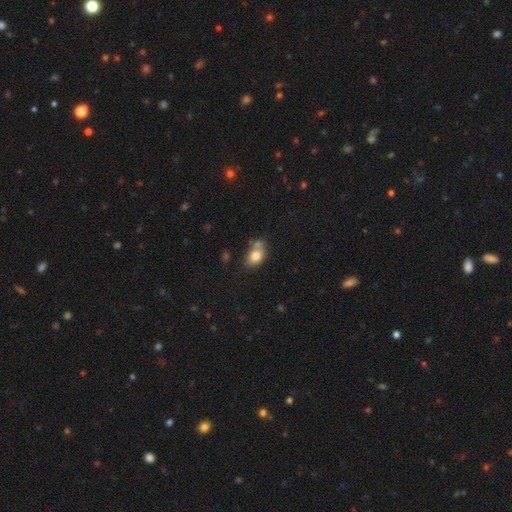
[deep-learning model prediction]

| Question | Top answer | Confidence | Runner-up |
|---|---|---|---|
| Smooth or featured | smooth | 79% | featured or disk (12%) |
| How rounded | in between | 71% | round (27%) |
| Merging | none | 47% | merger (30%) |